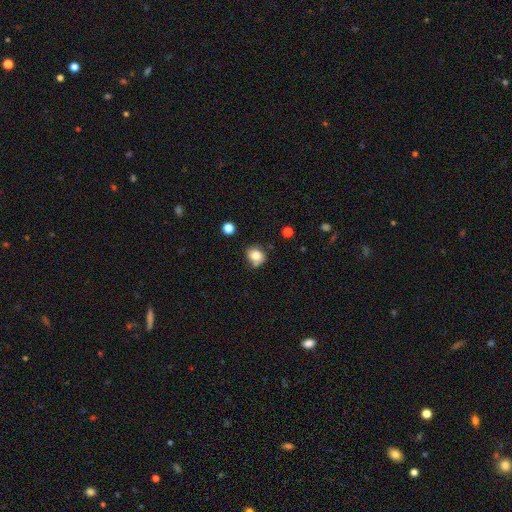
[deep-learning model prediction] This is likely a smooth galaxy (78%). How rounded: likely round (67%). Merging: likely none (64%).